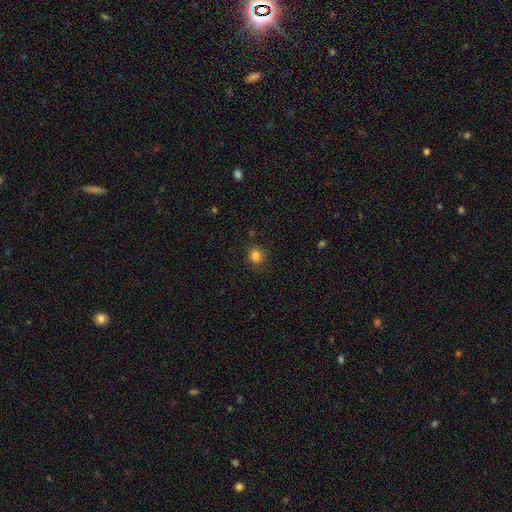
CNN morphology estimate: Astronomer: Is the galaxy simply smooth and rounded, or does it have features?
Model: smooth — 83%.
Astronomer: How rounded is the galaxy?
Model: round — 81%.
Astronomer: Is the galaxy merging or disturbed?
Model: none — 85%.